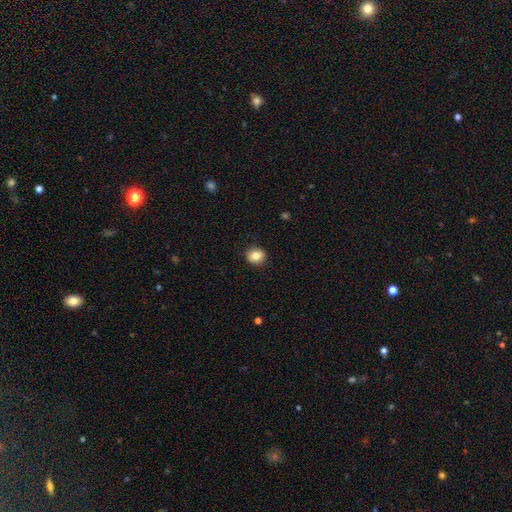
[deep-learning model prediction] Smooth or featured?
  - smooth: 84% *
  - star or artifact: 9%
  - featured or disk: 7%
How rounded?
  - round: 76% *
  - in between: 23%
  - cigar-shaped: 1%
Merging?
  - none: 90% *
  - minor disturbance: 8%
  - major disturbance: 2%
  - merger: 1%